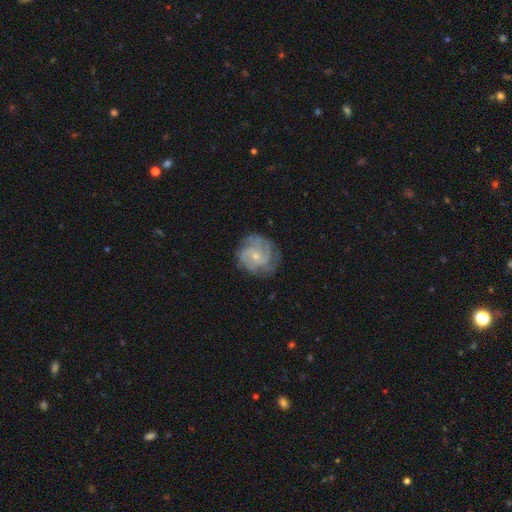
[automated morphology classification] Smooth or featured: featured or disk — 78% (smooth — 15%)
Edge-on disk: no — 98% (yes — 2%)
Bar: no — 74% (weak — 23%)
Spiral arms: yes — 94% (no — 6%)
Spiral winding: tight — 55% (medium — 35%)
Spiral arm count: can't tell — 28% (3 — 26%)
Bulge size: small — 73% (moderate — 23%)
Merging: none — 76% (minor disturbance — 17%)